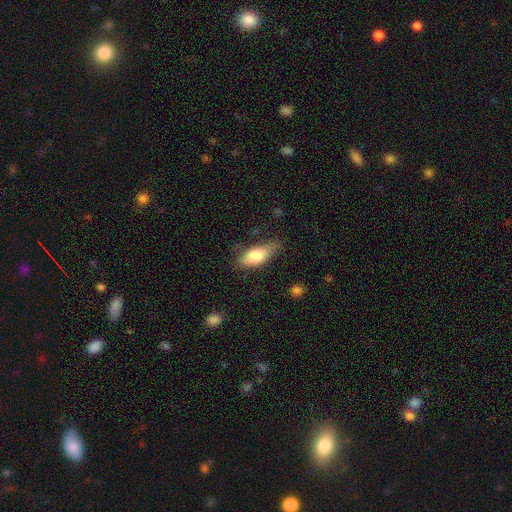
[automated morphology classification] Overall: smooth (79%). How rounded: in between (77%). Merging: none (65%; minor disturbance 27%).